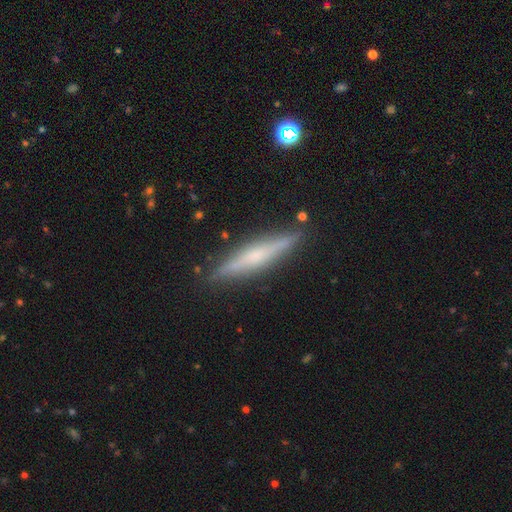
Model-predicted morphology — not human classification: Smooth or featured?
  - featured or disk: 62% *
  - smooth: 31%
  - star or artifact: 7%
Edge-on disk?
  - yes: 96% *
  - no: 4%
Edge-on bulge?
  - rounded: 55% *
  - none: 31%
  - boxy: 14%
Merging?
  - none: 88% *
  - minor disturbance: 8%
  - major disturbance: 2%
  - merger: 2%